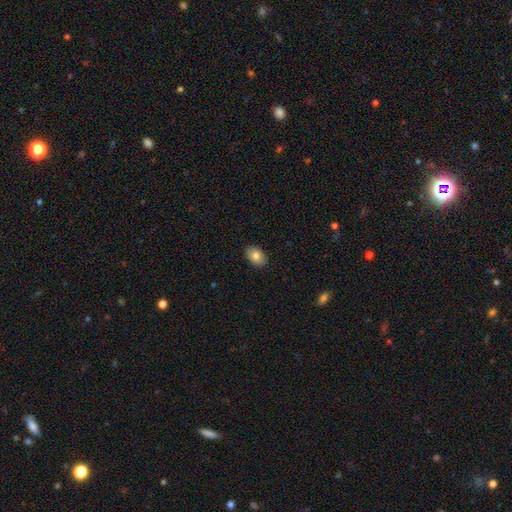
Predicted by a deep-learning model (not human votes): A smooth galaxy with no disk features (82%) that is in between round and cigar-shaped (83%). Merging: none (89%).